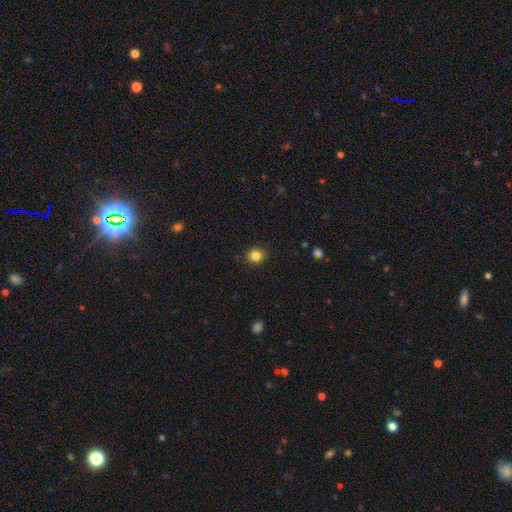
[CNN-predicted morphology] smooth-or-featured: smooth: 84% | star or artifact: 12% | featured or disk: 4%
  how-rounded: round: 88% | in between: 11% | cigar-shaped: 1%
  merging: none: 90% | minor disturbance: 7% | major disturbance: 2% | merger: 1%